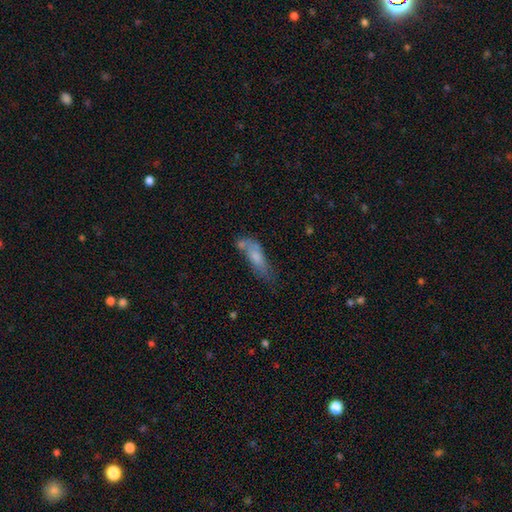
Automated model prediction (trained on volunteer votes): This is likely a smooth galaxy (65%). How rounded: possibly in between (53%). Merging: marginally none (36%).